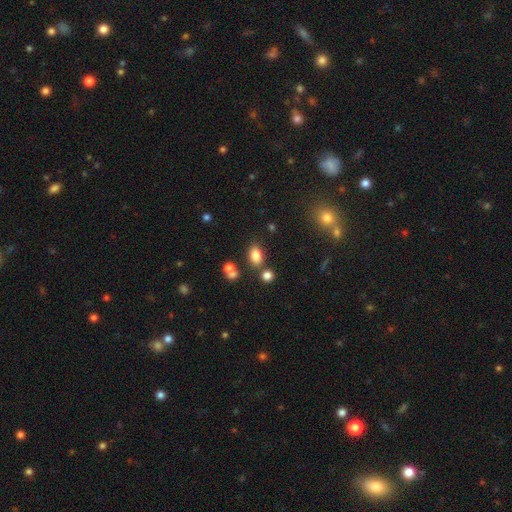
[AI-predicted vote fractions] smooth_or_featured: smooth (p=0.80) [alt: star or artifact p=0.12]
how_rounded: in between (p=0.85) [alt: round p=0.13]
merging: none (p=0.71) [alt: merger p=0.13]